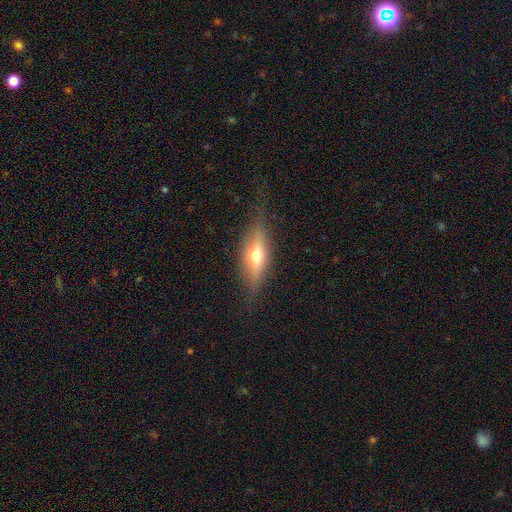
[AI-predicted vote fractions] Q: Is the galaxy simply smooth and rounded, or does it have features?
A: featured or disk — 50%.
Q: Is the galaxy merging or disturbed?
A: none — 81%.